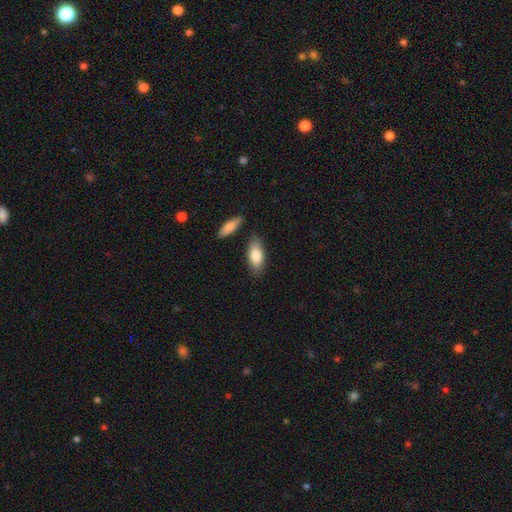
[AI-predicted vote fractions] Smooth or featured?
  - smooth: 81% *
  - featured or disk: 13%
  - star or artifact: 6%
How rounded?
  - in between: 84% *
  - cigar-shaped: 13%
  - round: 3%
Merging?
  - none: 81% *
  - minor disturbance: 12%
  - merger: 5%
  - major disturbance: 2%